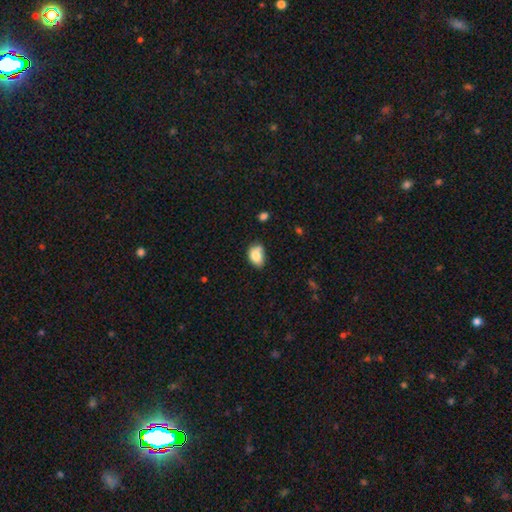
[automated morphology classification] A smooth galaxy with no disk features (81%) that is in between round and cigar-shaped (77%).

Vote fractions:
- Smooth or featured? smooth: 81% / featured or disk: 11% / star or artifact: 9%
- How rounded? in between: 77% / round: 22% / cigar-shaped: 1%
- Merging? none: 49% / minor disturbance: 30% / merger: 14% / major disturbance: 7%